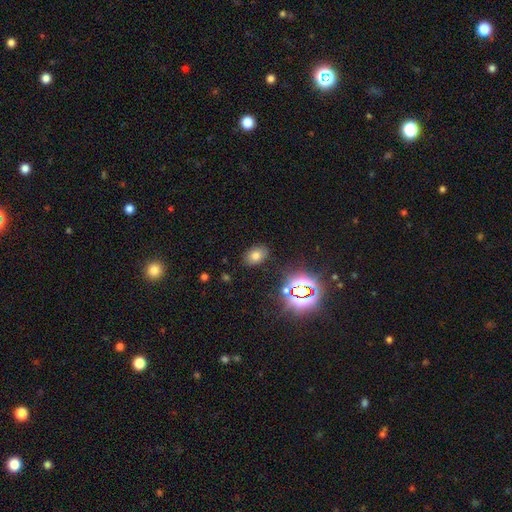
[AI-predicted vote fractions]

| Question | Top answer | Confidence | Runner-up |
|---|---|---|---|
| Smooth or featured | smooth | 68% | star or artifact (22%) |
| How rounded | in between | 80% | round (18%) |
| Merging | none | 85% | minor disturbance (10%) |